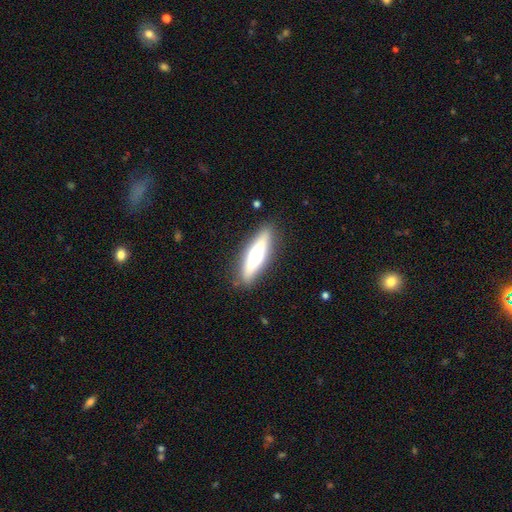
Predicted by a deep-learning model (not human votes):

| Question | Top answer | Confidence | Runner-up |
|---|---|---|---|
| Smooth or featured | featured or disk | 48% | smooth (46%) |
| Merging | none | 86% | minor disturbance (10%) |